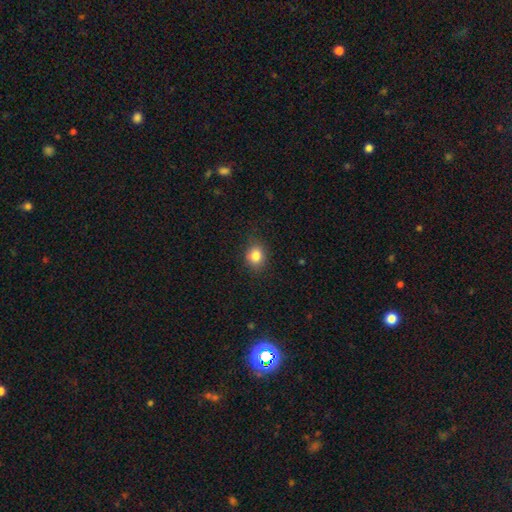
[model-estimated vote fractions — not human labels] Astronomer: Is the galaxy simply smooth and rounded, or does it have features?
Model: smooth — 83%.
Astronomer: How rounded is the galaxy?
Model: round — 61% (runner-up: in between, 38%).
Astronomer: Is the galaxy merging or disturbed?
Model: none — 81%.